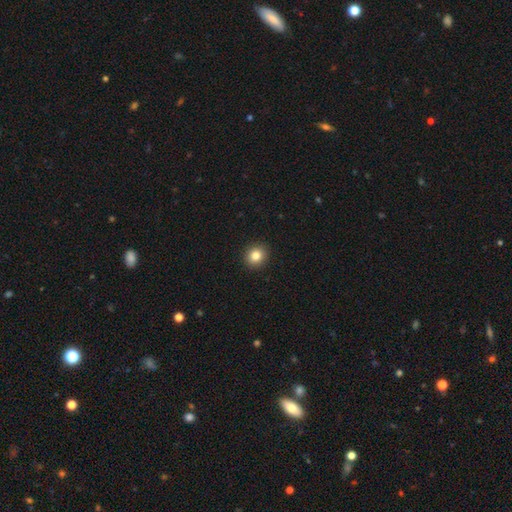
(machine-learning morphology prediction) Overall: smooth (83%). How rounded: round (85%). Merging: none (93%).